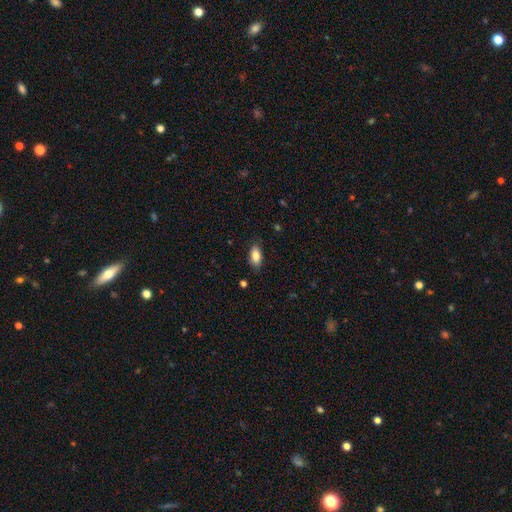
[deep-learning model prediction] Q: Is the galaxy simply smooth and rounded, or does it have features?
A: smooth — 85%.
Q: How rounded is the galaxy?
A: in between — 90%.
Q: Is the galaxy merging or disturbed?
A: none — 83%.